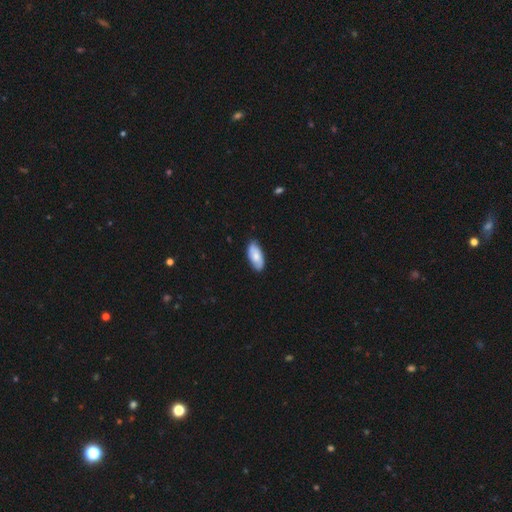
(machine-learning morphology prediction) Smooth or featured: smooth — 71% (featured or disk — 23%)
How rounded: in between — 90% (cigar-shaped — 8%)
Merging: none — 85% (minor disturbance — 12%)